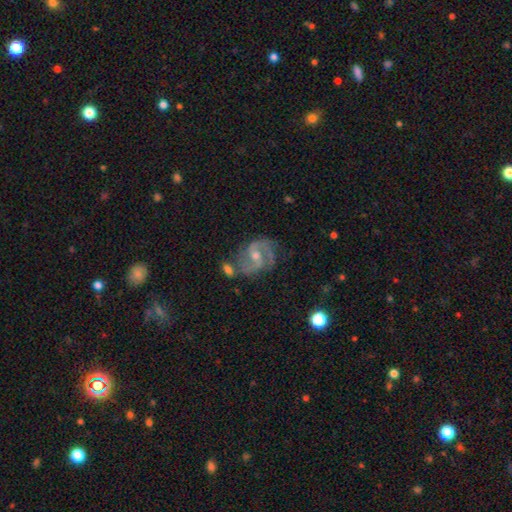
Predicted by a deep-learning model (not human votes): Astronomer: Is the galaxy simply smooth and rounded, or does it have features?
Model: featured or disk — 86%.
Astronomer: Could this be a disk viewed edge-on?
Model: no — 97%.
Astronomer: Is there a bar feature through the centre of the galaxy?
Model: weak — 47% (runner-up: no, 35%).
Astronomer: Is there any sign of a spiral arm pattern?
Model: yes — 97%.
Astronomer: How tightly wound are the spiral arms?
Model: medium — 56%.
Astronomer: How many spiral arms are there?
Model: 2 — 80%.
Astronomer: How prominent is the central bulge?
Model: moderate — 51% (runner-up: small, 44%).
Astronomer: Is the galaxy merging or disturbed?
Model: none — 64%.